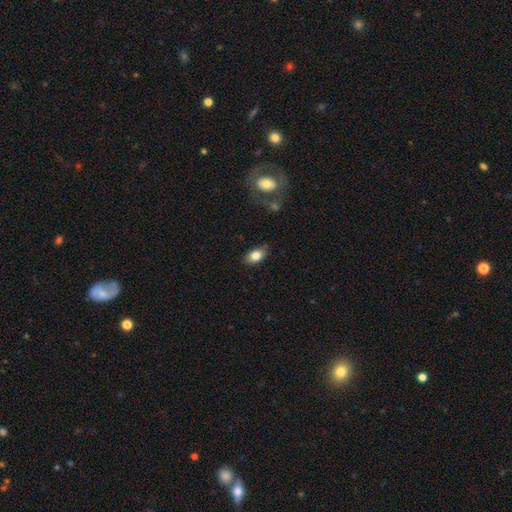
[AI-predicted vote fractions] This appears to be a smooth galaxy with no disk features (81%) that is in between round and cigar-shaped (90%). Merging: none (83%).